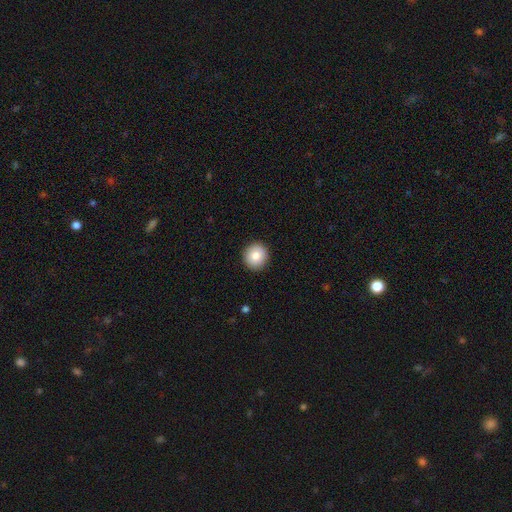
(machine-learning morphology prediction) Smooth or featured? smooth (82%)
How rounded? round (92%)
Merging? none (92%)